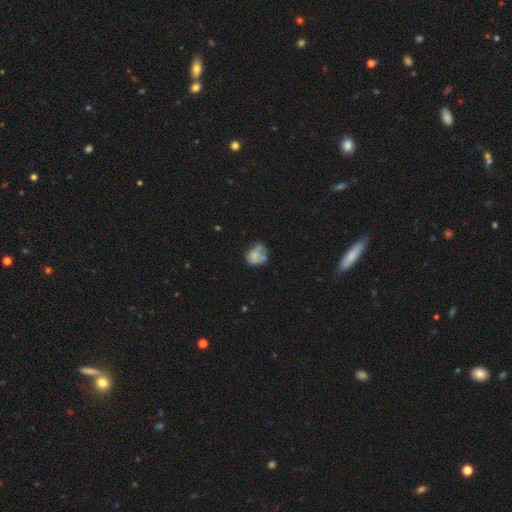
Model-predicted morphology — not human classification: smooth_or_featured: smooth (p=0.58) [alt: featured or disk p=0.31]
how_rounded: round (p=0.61) [alt: in between p=0.38]
merging: none (p=0.37) [alt: minor disturbance p=0.30]